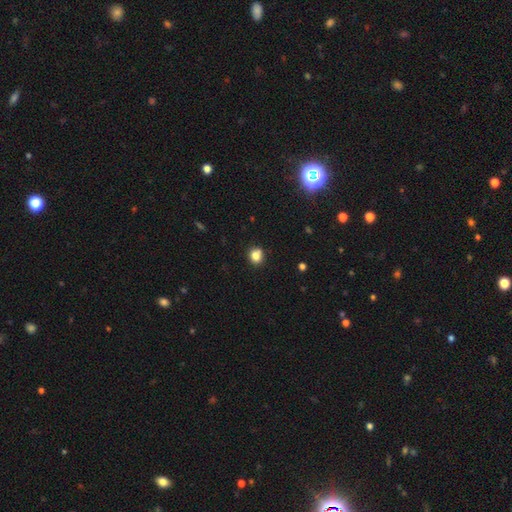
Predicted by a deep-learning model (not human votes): Morphology: type=smooth (81%); roundness=round (76%); merging=none (78%).